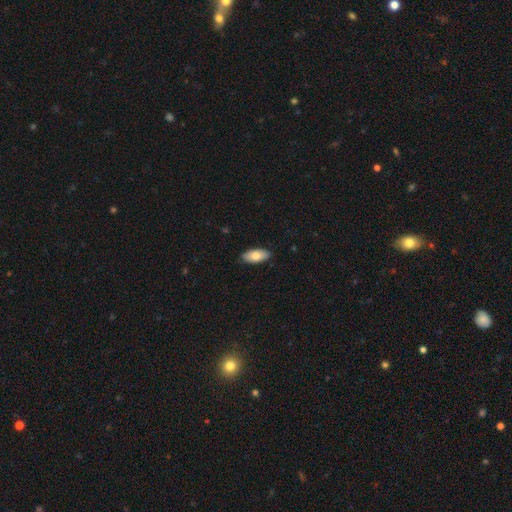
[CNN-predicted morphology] A smooth galaxy with no disk features (80%) that is in between round and cigar-shaped (89%).

Vote fractions:
- Smooth or featured? smooth: 80% / featured or disk: 14% / star or artifact: 6%
- How rounded? in between: 89% / cigar-shaped: 9% / round: 2%
- Merging? none: 87% / minor disturbance: 10% / major disturbance: 2% / merger: 1%